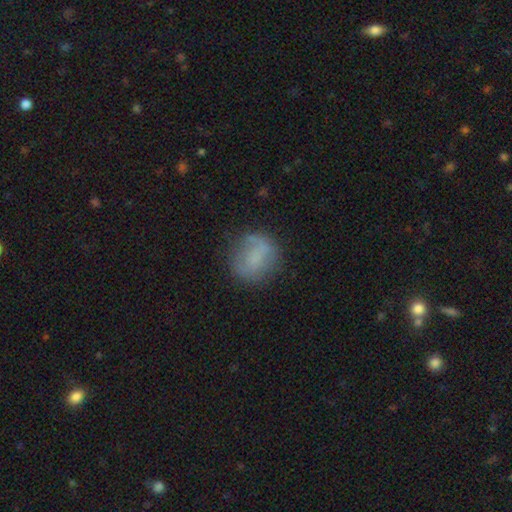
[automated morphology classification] The model was most divided on "smooth or featured": smooth: 66%, featured or disk: 24%, star or artifact: 10%. More confident: how rounded — round (73%); merging — none (65%).